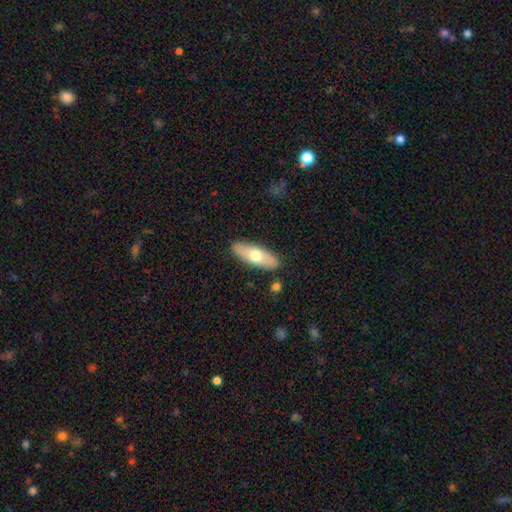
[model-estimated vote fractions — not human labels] Morphology: type=smooth (62%); roundness=in between (66%); merging=none (87%).